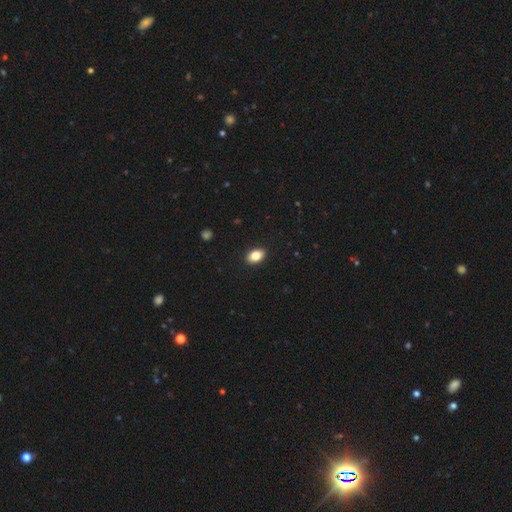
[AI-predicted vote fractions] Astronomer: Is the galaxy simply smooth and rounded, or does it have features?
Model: smooth — 83%.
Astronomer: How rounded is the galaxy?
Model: in between — 86%.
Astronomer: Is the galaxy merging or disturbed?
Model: none — 90%.